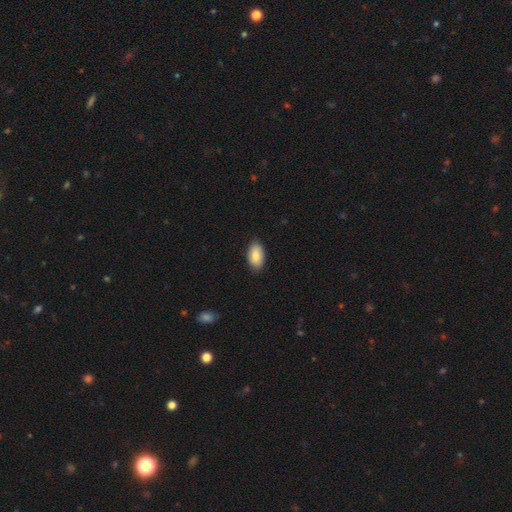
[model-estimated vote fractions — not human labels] The model was most divided on "smooth or featured": smooth: 85%, featured or disk: 9%, star or artifact: 6%. More confident: how rounded — in between (94%); merging — none (87%).